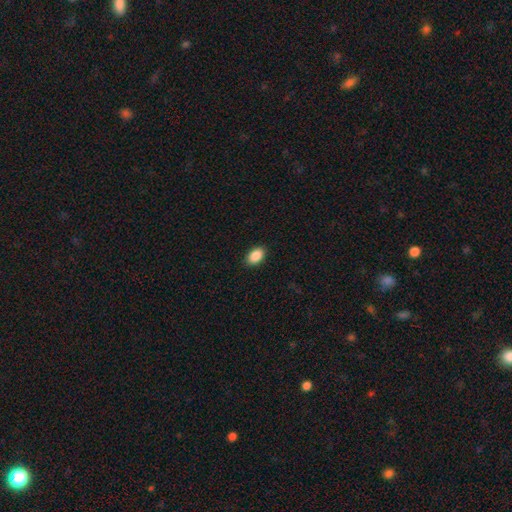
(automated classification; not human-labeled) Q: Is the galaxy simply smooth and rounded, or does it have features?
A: smooth — 89%.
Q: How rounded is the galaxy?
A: in between — 91%.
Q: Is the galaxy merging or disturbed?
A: none — 90%.